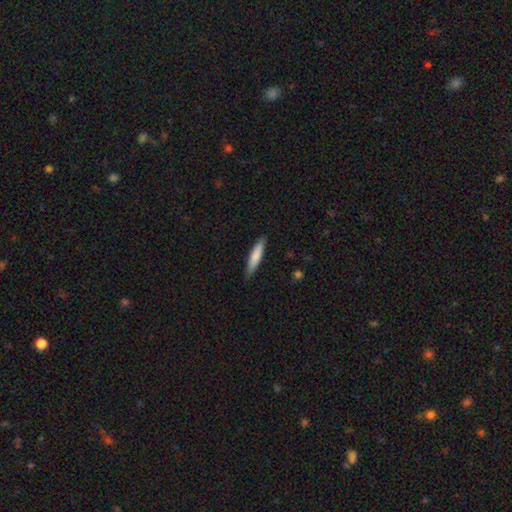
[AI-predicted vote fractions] smooth-or-featured: smooth: 80% | featured or disk: 15% | star or artifact: 5%
  how-rounded: cigar-shaped: 84% | in between: 15% | round: 1%
  merging: none: 86% | minor disturbance: 11% | major disturbance: 2% | merger: 1%